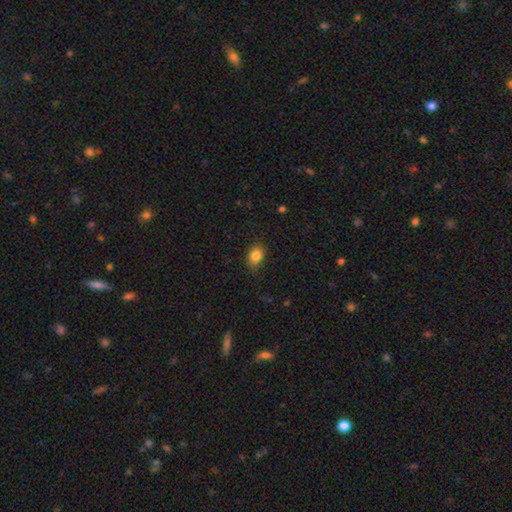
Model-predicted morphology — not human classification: Overall: smooth (84%). How rounded: in between (75%). Merging: none (84%).